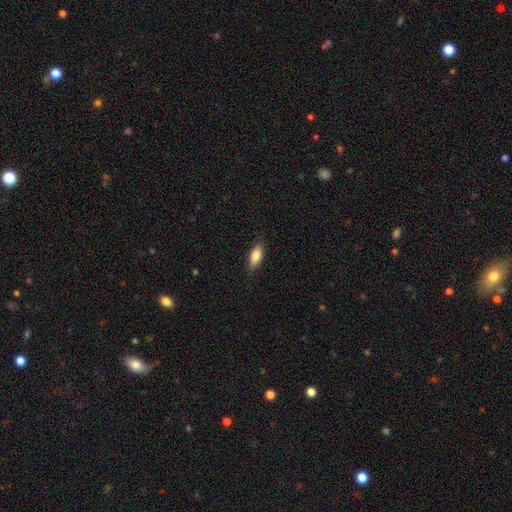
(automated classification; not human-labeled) Smooth or featured: smooth — 81% (featured or disk — 13%)
How rounded: in between — 68% (cigar-shaped — 30%)
Merging: none — 84% (minor disturbance — 12%)